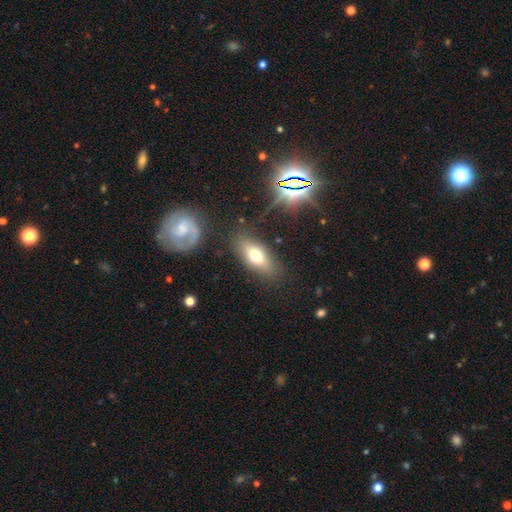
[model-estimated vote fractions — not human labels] smooth_or_featured: smooth (p=0.68) [alt: featured or disk p=0.22]
how_rounded: in between (p=0.82) [alt: cigar-shaped p=0.14]
merging: none (p=0.80) [alt: minor disturbance p=0.13]